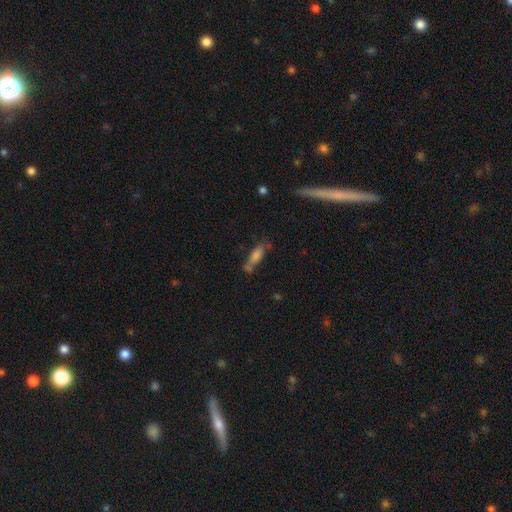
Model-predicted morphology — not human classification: Overall: smooth (64%; featured or disk 25%). How rounded: cigar-shaped (58%; in between 39%). Merging: none (54%; minor disturbance 23%).